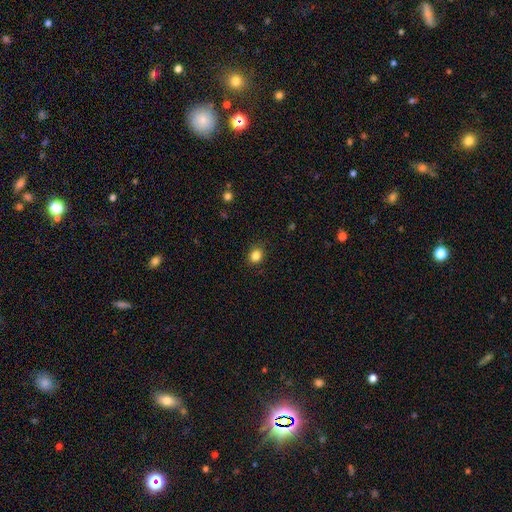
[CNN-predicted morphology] smooth-or-featured: smooth: 84% | star or artifact: 11% | featured or disk: 4%
  how-rounded: round: 64% | in between: 35% | cigar-shaped: 1%
  merging: none: 87% | minor disturbance: 9% | major disturbance: 2% | merger: 1%